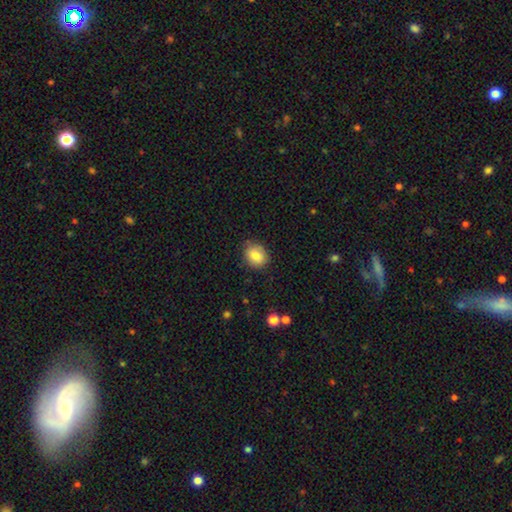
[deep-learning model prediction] This appears to be a smooth galaxy with no disk features (82%) that is round (53%). Merging: none (80%).